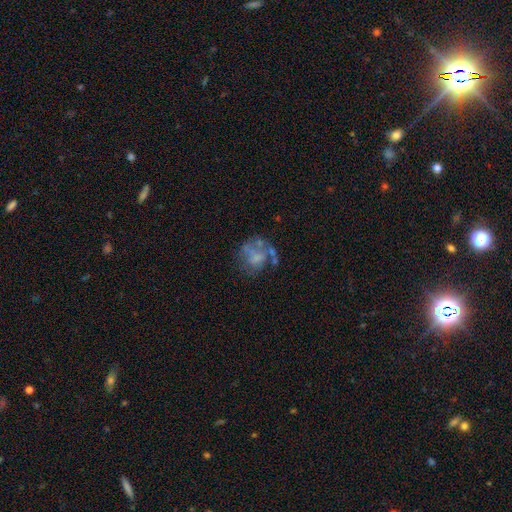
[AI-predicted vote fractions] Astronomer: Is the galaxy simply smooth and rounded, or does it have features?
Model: featured or disk — 52% (runner-up: smooth, 35%).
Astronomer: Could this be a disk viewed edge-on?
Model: no — 98%.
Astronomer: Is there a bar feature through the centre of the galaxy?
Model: no — 84%.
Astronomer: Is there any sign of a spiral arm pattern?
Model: no — 81%.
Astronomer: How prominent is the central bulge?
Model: none — 57%.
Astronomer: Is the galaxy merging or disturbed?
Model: none — 40% (runner-up: major disturbance, 28%).